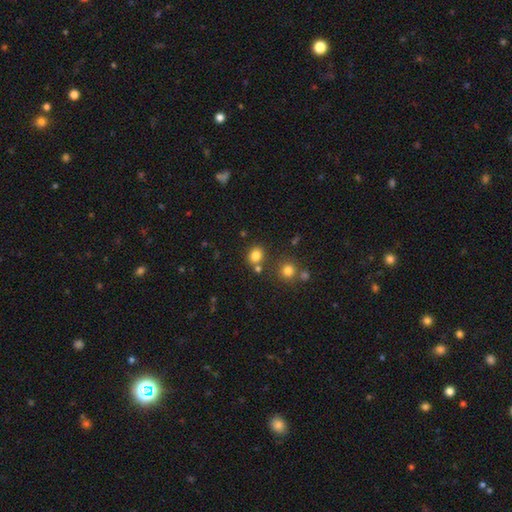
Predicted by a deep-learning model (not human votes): This appears to be a smooth galaxy with no disk features (81%) that is round (71%). Merging: none (75%).